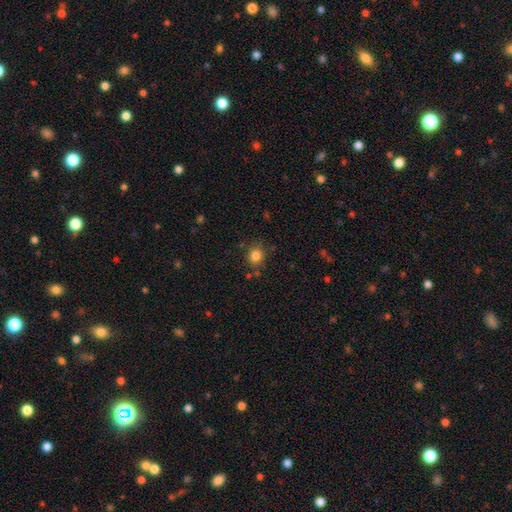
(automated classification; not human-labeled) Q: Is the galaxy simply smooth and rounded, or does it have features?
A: smooth — 83%.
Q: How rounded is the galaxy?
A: round — 79%.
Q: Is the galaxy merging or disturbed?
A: none — 81%.